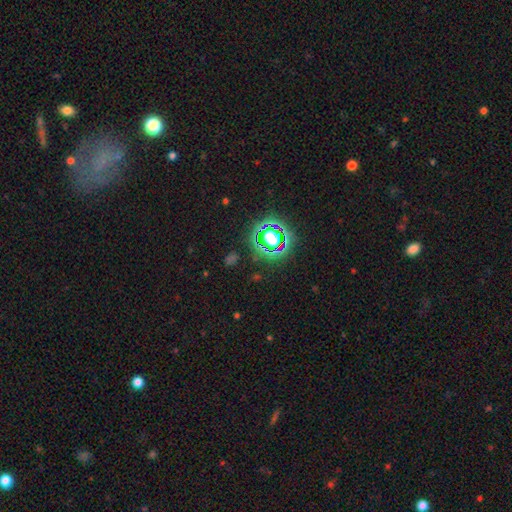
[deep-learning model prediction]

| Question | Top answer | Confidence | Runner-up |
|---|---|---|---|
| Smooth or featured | star or artifact | 77% | smooth (14%) |